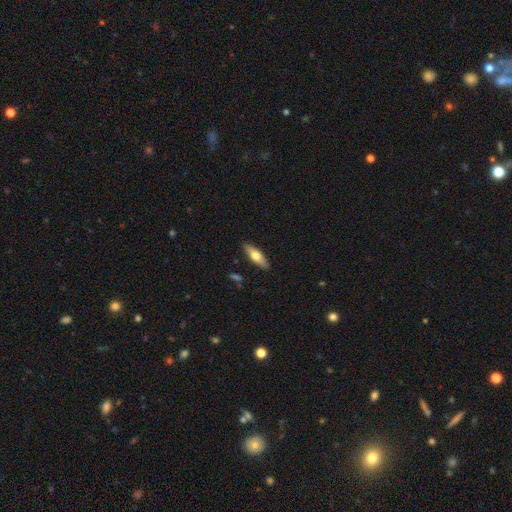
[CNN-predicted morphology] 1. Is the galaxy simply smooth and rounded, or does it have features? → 57% smooth, 37% featured or disk, 6% star or artifact.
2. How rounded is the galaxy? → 50% in between, 48% cigar-shaped, 2% round.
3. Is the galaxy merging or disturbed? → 89% none, 8% minor disturbance, 2% major disturbance, 1% merger.